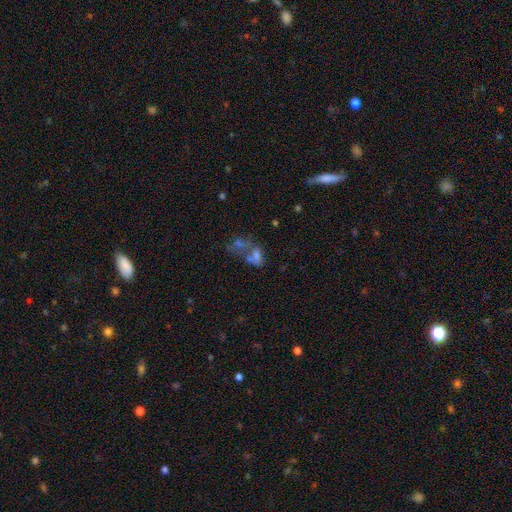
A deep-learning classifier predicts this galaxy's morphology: The model was most divided on "smooth or featured": smooth: 49%, featured or disk: 31%, star or artifact: 20%. More confident: merging — merger (58%).